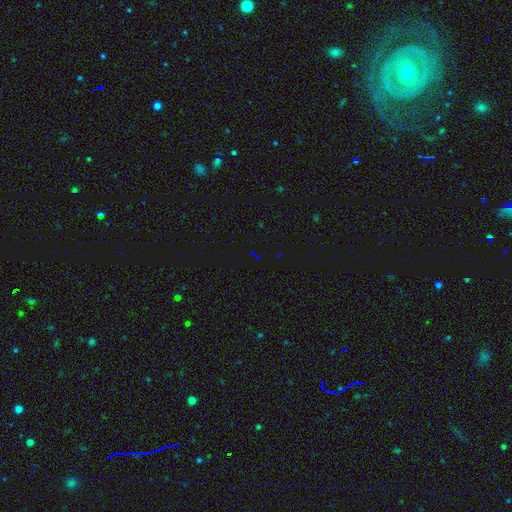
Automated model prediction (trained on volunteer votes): A star or artifact, not a galaxy (76%).

Vote fractions:
- Smooth or featured? star or artifact: 76% / smooth: 15% / featured or disk: 9%